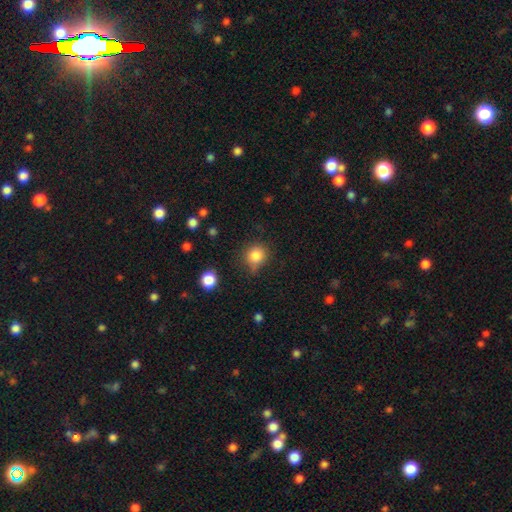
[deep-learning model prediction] Q: Smooth or featured?
A: smooth (83%); runner-up: star or artifact (11%)
Q: How rounded?
A: round (86%); runner-up: in between (13%)
Q: Merging?
A: none (69%); runner-up: minor disturbance (21%)